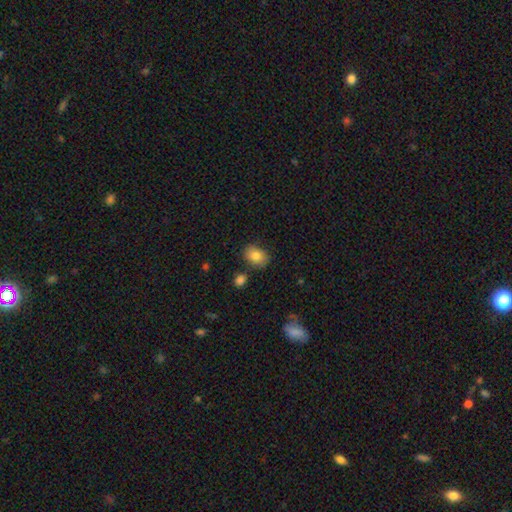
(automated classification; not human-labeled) Overall: smooth (81%). How rounded: in between (70%). Merging: none (78%).